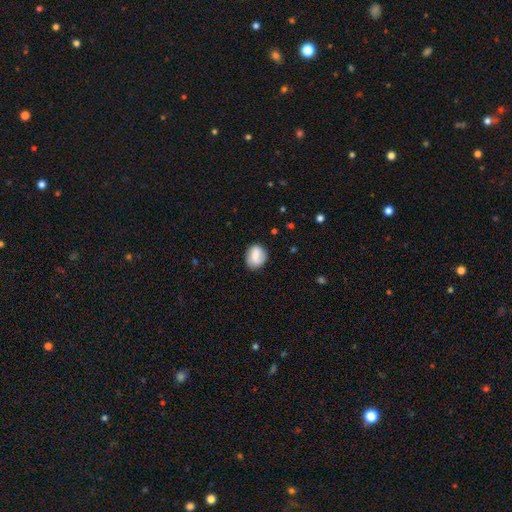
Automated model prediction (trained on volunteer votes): Morphology: type=smooth (66%); roundness=round (57%); merging=none (78%).